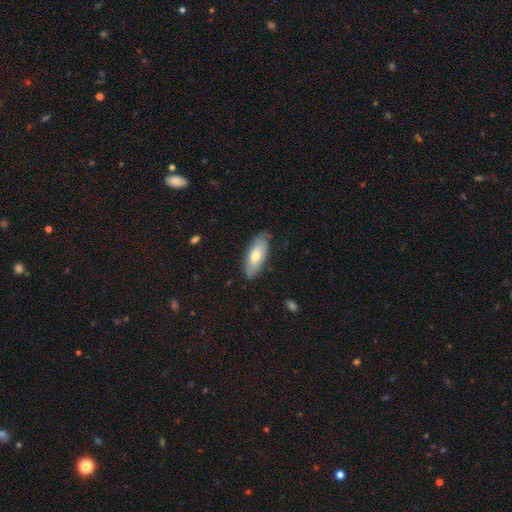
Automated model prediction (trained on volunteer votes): A smooth galaxy with no disk features (62%) that is in between round and cigar-shaped (82%). Merging: none (80%).